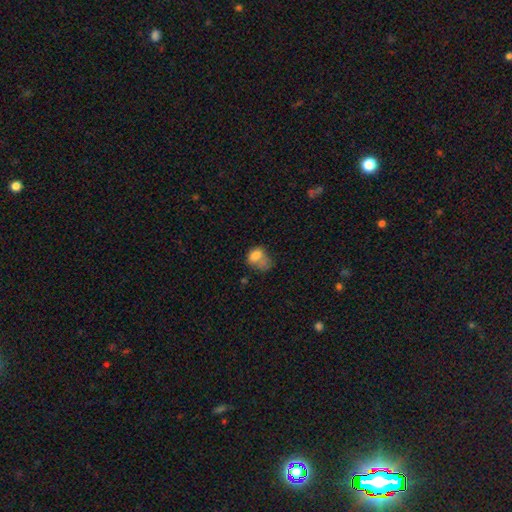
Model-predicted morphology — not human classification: The model was most divided on "merging": major disturbance: 34%, minor disturbance: 25%, none: 23%, merger: 17%. More confident: smooth or featured — smooth (73%); how rounded — in between (69%).